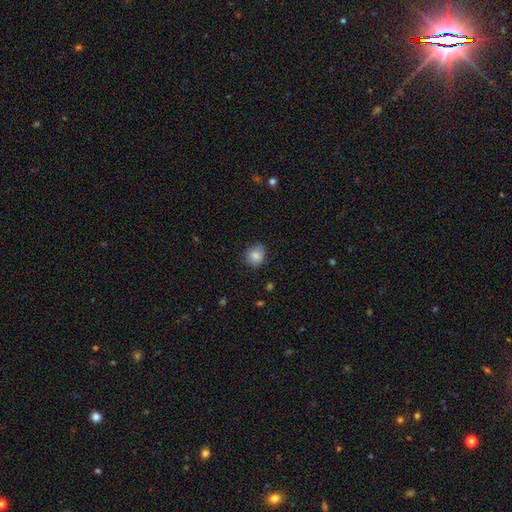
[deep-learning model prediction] Smooth or featured? Predicted: smooth (p=0.83). How rounded? Predicted: round (p=0.75). Merging? Predicted: none (p=0.75).